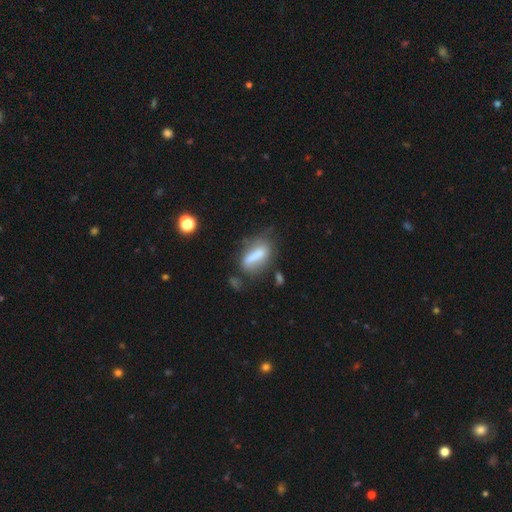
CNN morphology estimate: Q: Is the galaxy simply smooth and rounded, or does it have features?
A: smooth — 64%.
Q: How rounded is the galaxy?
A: in between — 61%.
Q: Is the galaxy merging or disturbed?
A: none — 44%.